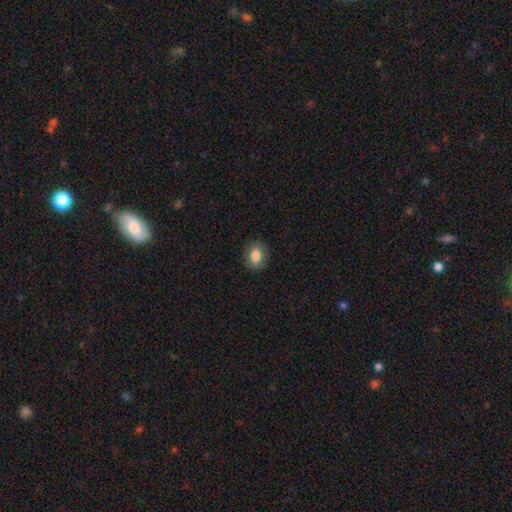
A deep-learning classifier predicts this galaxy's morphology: A smooth galaxy with no disk features (84%) that is in between round and cigar-shaped (66%). Merging: none (86%).